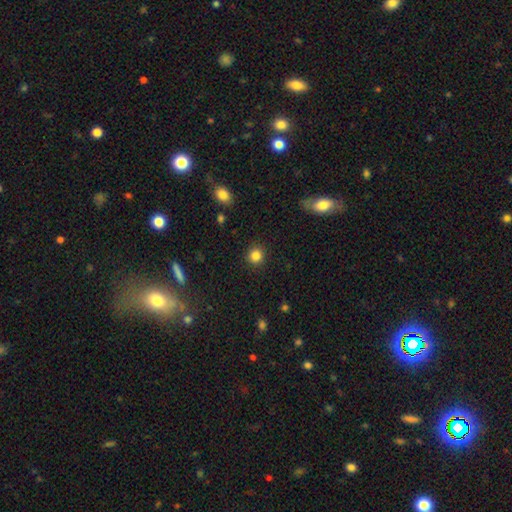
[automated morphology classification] smooth 84%, star or artifact 11%, featured or disk 4%. Down the decision tree: how rounded — round (92%); merging — none (91%).